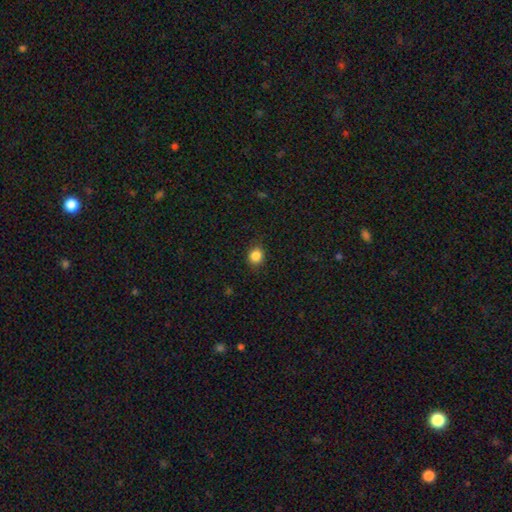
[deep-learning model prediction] A smooth galaxy with no disk features (86%) that is round (75%).

Vote fractions:
- Smooth or featured? smooth: 86% / star or artifact: 11% / featured or disk: 4%
- How rounded? round: 75% / in between: 24% / cigar-shaped: 1%
- Merging? none: 86% / minor disturbance: 11% / major disturbance: 3% / merger: 1%